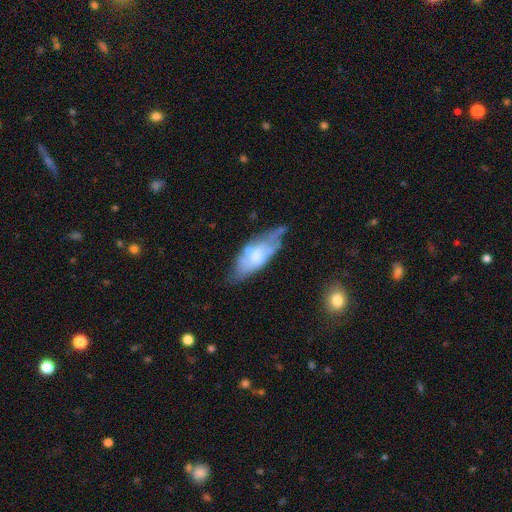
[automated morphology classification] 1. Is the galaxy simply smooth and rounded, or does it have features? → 50% featured or disk, 43% smooth, 7% star or artifact.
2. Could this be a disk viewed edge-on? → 76% no, 24% yes.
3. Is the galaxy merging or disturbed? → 46% none, 31% minor disturbance, 13% major disturbance, 10% merger.